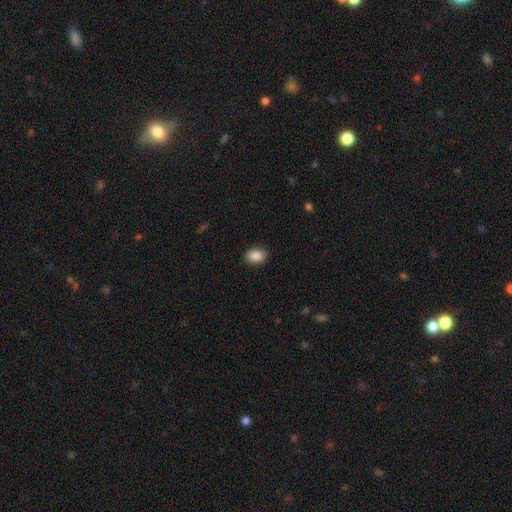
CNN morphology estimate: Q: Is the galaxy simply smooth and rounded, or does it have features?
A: smooth — 88%.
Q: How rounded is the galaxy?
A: in between — 76%.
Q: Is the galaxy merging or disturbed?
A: none — 87%.